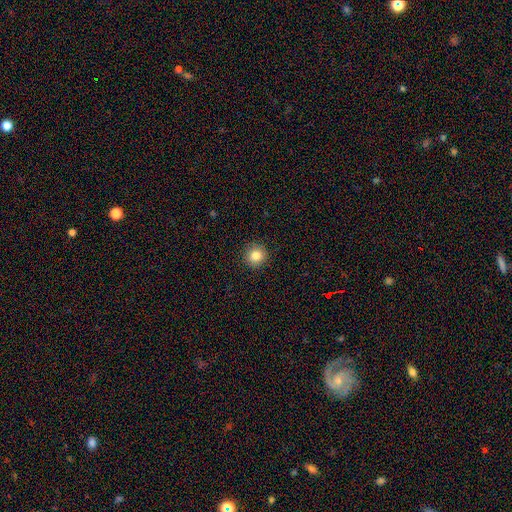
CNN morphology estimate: smooth-or-featured: smooth: 84% | star or artifact: 10% | featured or disk: 6%
  how-rounded: round: 95% | in between: 4% | cigar-shaped: 1%
  merging: none: 93% | minor disturbance: 5% | major disturbance: 2% | merger: 1%